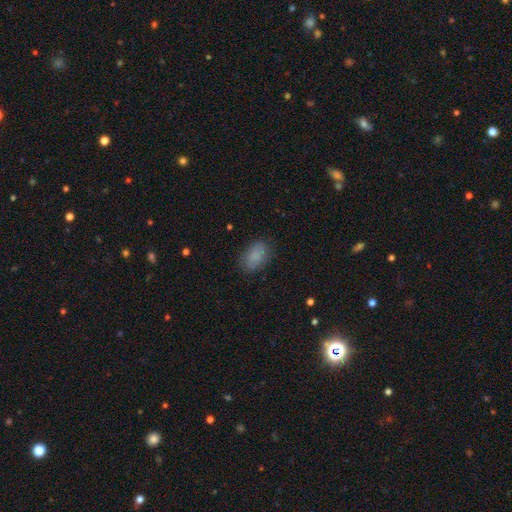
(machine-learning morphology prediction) smooth-or-featured: smooth: 86% | star or artifact: 8% | featured or disk: 6%
  how-rounded: in between: 89% | round: 9% | cigar-shaped: 2%
  merging: none: 82% | minor disturbance: 13% | major disturbance: 4% | merger: 1%